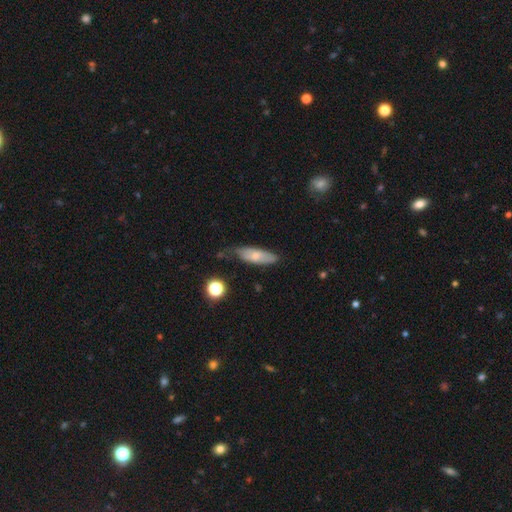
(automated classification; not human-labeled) Smooth or featured: smooth — 67% (featured or disk — 25%)
How rounded: in between — 58% (cigar-shaped — 40%)
Merging: none — 57% (minor disturbance — 32%)